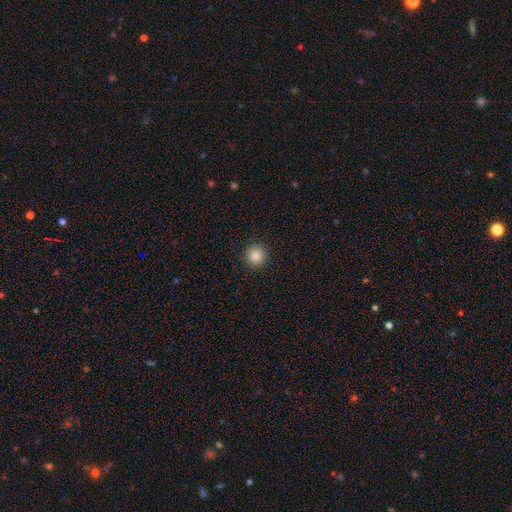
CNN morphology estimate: Q: Smooth or featured?
A: smooth (85%); runner-up: star or artifact (10%)
Q: How rounded?
A: round (93%); runner-up: in between (6%)
Q: Merging?
A: none (92%); runner-up: minor disturbance (6%)